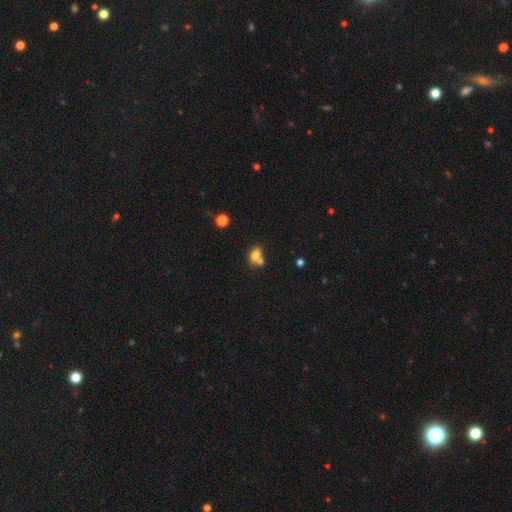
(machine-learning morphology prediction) smooth_or_featured: smooth (p=0.75) [alt: featured or disk p=0.13]
how_rounded: in between (p=0.64) [alt: round p=0.35]
merging: merger (p=0.49) [alt: none p=0.36]